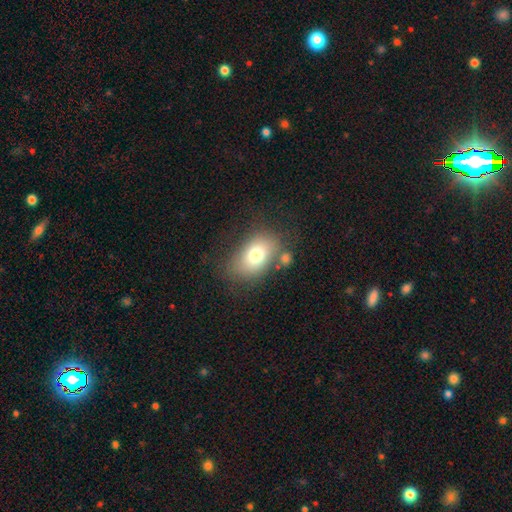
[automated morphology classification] smooth-or-featured: smooth: 73% | featured or disk: 15% | star or artifact: 11%
  how-rounded: in between: 79% | round: 20% | cigar-shaped: 1%
  merging: none: 68% | minor disturbance: 16% | merger: 10% | major disturbance: 6%